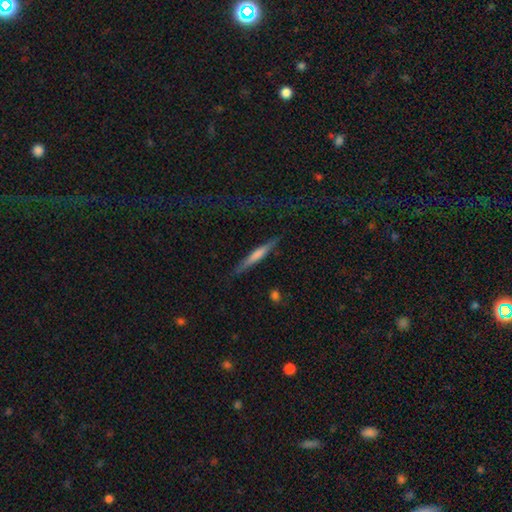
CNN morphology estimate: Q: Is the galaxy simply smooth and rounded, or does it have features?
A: smooth — 55%.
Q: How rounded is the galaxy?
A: cigar-shaped — 94%.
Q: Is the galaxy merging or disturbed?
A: none — 84%.